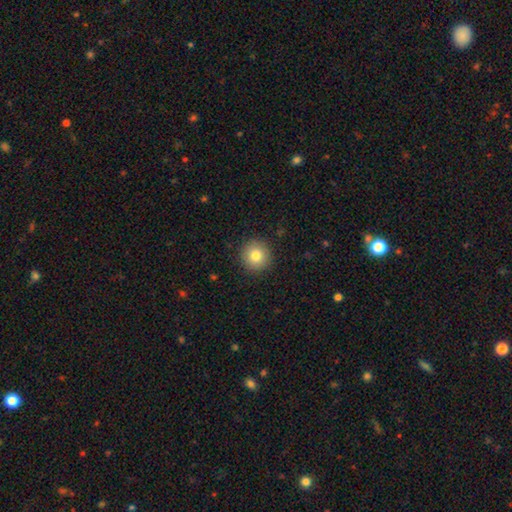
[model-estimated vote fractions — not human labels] Overall: smooth (81%). How rounded: round (95%). Merging: none (91%).